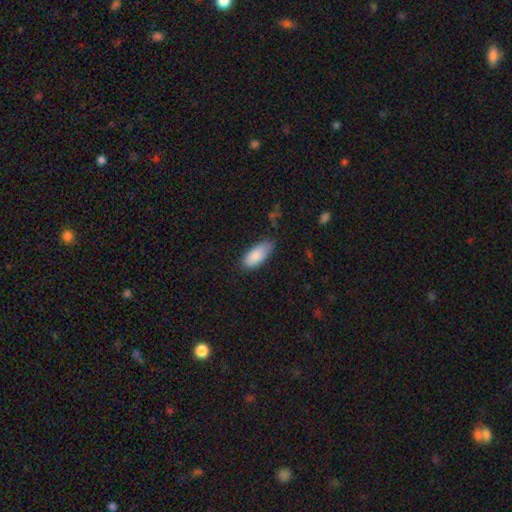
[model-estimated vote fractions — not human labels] The model was most divided on "merging": none: 65%, minor disturbance: 28%, major disturbance: 5%, merger: 2%. More confident: how rounded — in between (87%); smooth or featured — smooth (87%).